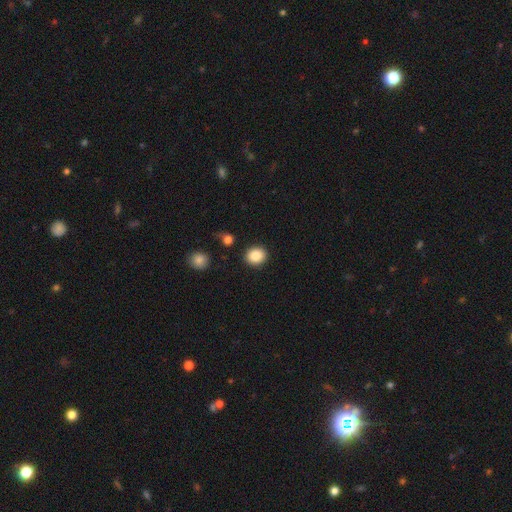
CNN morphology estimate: smooth_or_featured: smooth (p=0.86) [alt: star or artifact p=0.09]
how_rounded: round (p=0.76) [alt: in between p=0.23]
merging: none (p=0.89) [alt: minor disturbance p=0.06]